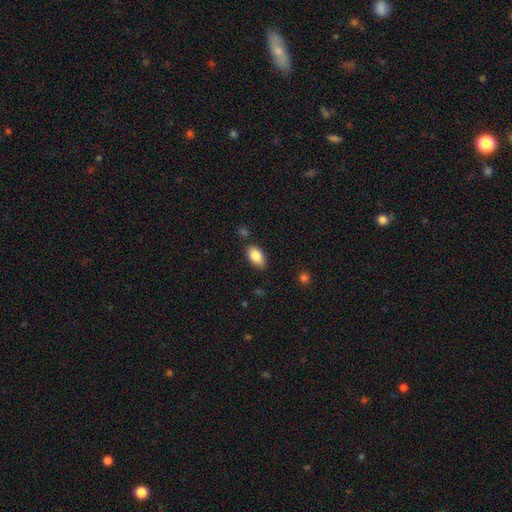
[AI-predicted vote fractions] Smooth or featured? Predicted: smooth (p=0.85). How rounded? Predicted: in between (p=0.92). Merging? Predicted: none (p=0.80).